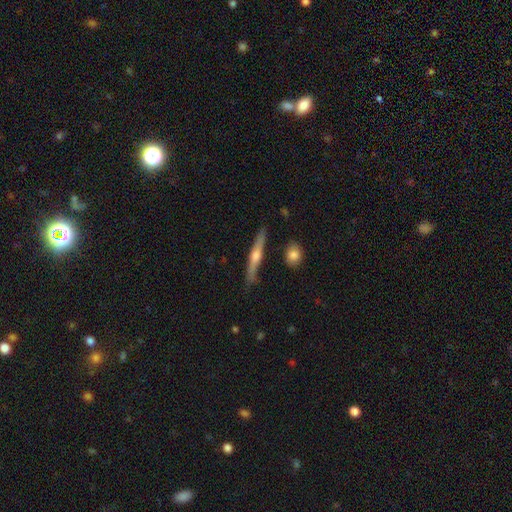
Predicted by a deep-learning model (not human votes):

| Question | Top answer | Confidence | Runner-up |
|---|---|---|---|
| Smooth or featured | featured or disk | 67% | smooth (27%) |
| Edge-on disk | yes | 97% | no (3%) |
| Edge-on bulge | rounded | 87% | none (8%) |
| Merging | none | 85% | minor disturbance (11%) |